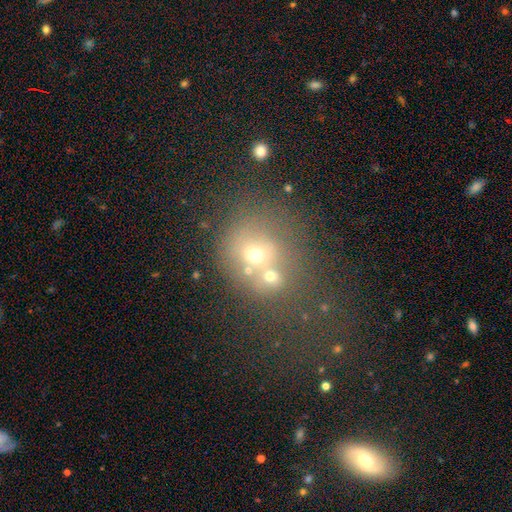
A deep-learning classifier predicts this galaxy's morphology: A smooth galaxy with no disk features (56%) that is round (78%).

Vote fractions:
- Smooth or featured? smooth: 56% / star or artifact: 22% / featured or disk: 21%
- How rounded? round: 78% / in between: 21% / cigar-shaped: 1%
- Merging? merger: 46% / none: 36% / minor disturbance: 10% / major disturbance: 8%